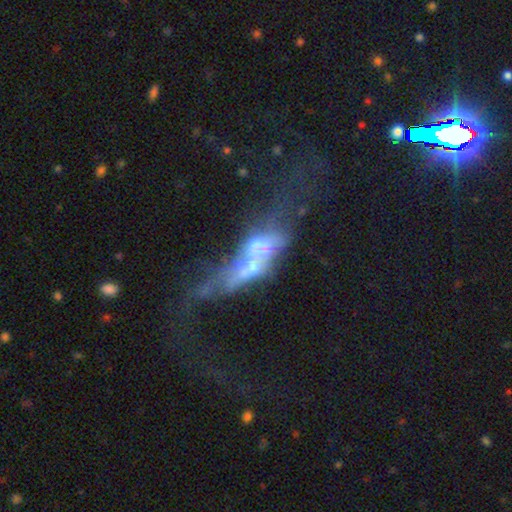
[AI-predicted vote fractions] The model was most divided on "merging": merger: 52%, major disturbance: 25%, none: 14%, minor disturbance: 9%. More confident: edge-on disk — no (73%); smooth or featured — featured or disk (61%).